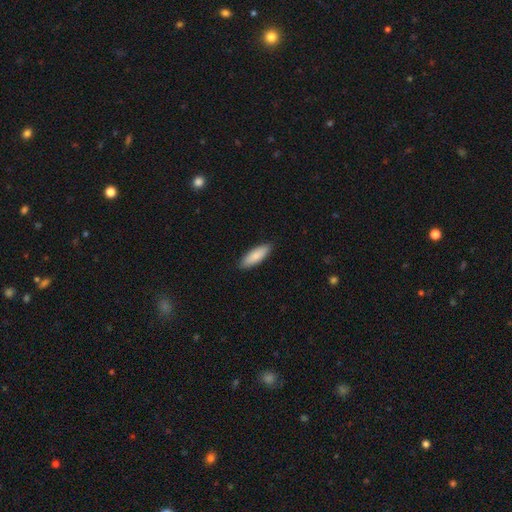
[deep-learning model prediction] smooth_or_featured: smooth (p=0.87) [alt: featured or disk p=0.08]
how_rounded: in between (p=0.56) [alt: cigar-shaped p=0.42]
merging: none (p=0.89) [alt: minor disturbance p=0.08]